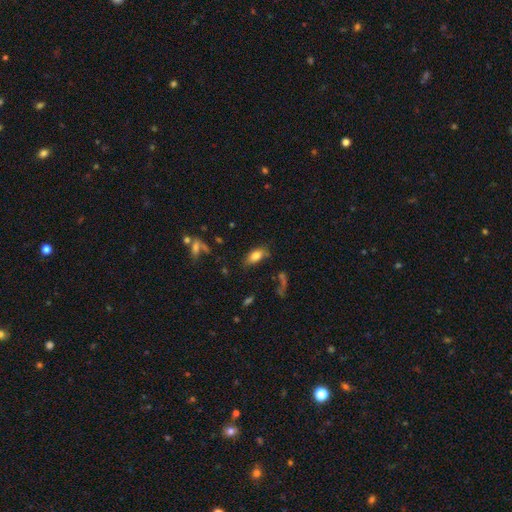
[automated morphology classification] Overall: smooth (74%). How rounded: in between (85%). Merging: none (66%).